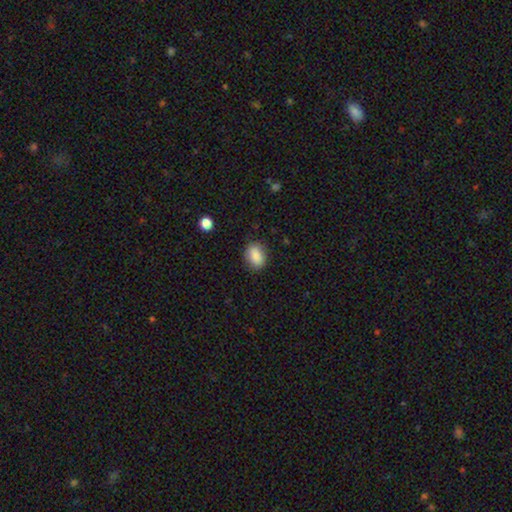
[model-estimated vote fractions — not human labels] Morphology: type=smooth (87%); roundness=in between (72%); merging=none (84%).